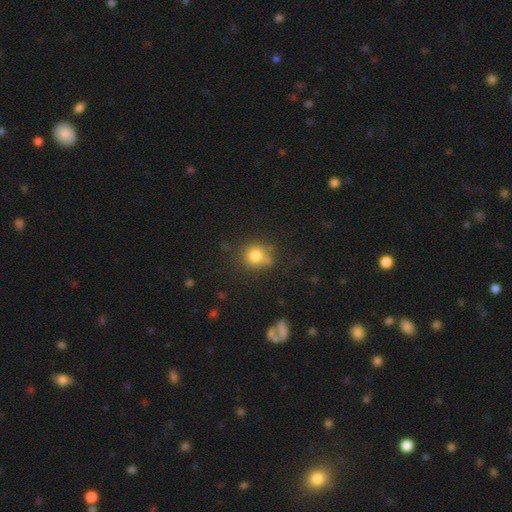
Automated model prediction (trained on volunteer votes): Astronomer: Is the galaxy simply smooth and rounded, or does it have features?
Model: smooth — 80%.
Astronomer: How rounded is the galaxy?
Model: round — 87%.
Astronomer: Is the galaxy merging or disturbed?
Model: none — 67%.